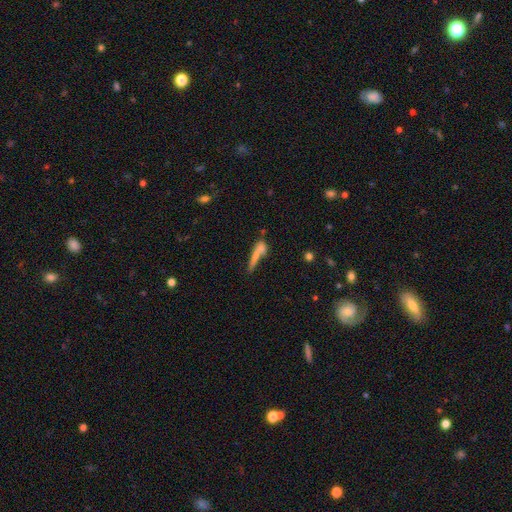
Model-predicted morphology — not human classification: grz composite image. It shows a smooth galaxy with no disk features (56%) that is cigar-shaped (78%). Merging: none (43%).